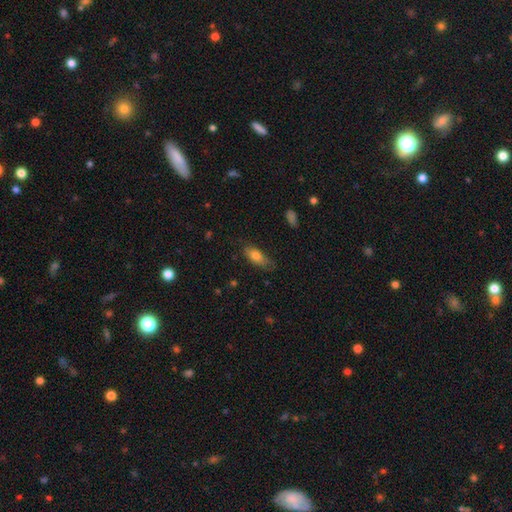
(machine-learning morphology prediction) Q: Smooth or featured?
A: smooth (76%); runner-up: featured or disk (17%)
Q: How rounded?
A: in between (78%); runner-up: cigar-shaped (19%)
Q: Merging?
A: none (70%); runner-up: minor disturbance (24%)